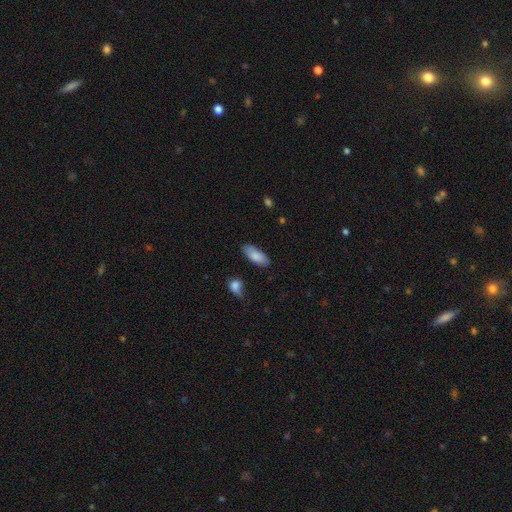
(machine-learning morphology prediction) Overall: smooth (85%). How rounded: in between (82%). Merging: none (80%).